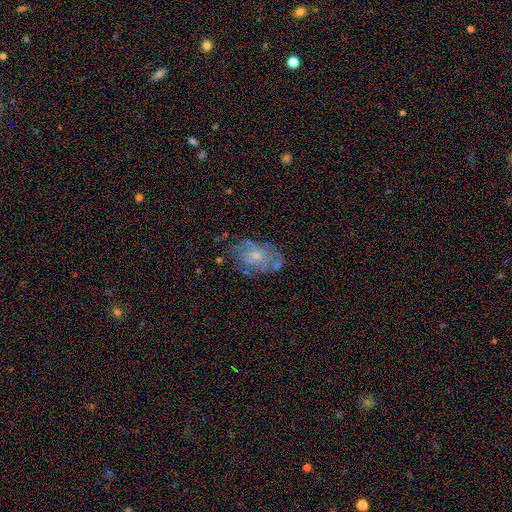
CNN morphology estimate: Smooth or featured?
  - featured or disk: 54% *
  - smooth: 37%
  - star or artifact: 10%
Edge-on disk?
  - no: 96% *
  - yes: 4%
Bar?
  - no: 84% *
  - weak: 14%
  - strong: 2%
Spiral arms?
  - no: 52% *
  - yes: 48%
Bulge size?
  - small: 61% *
  - moderate: 31%
  - none: 5%
  - large: 2%
  - dominant: 1%
Merging?
  - none: 55% *
  - minor disturbance: 26%
  - major disturbance: 14%
  - merger: 5%